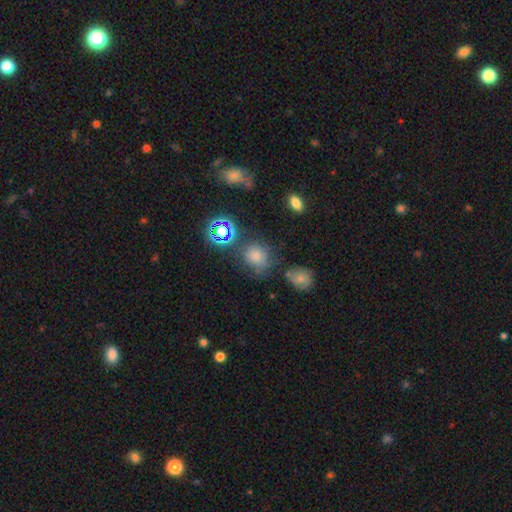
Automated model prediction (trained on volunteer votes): Morphology: type=smooth (51%); roundness=round (81%); merging=none (69%).